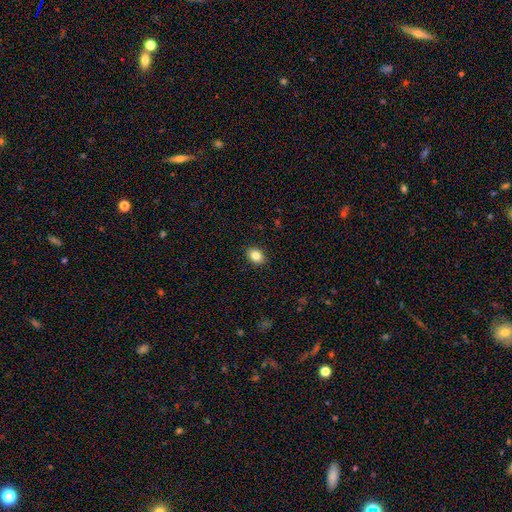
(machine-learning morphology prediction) Smooth or featured? smooth (85%)
How rounded? in between (72%)
Merging? none (89%)